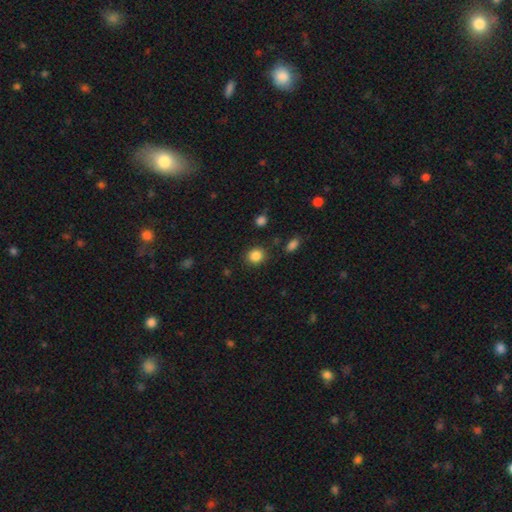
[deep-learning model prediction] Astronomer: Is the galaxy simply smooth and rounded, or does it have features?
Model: smooth — 86%.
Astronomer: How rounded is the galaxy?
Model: round — 81%.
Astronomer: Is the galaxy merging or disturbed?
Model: none — 87%.